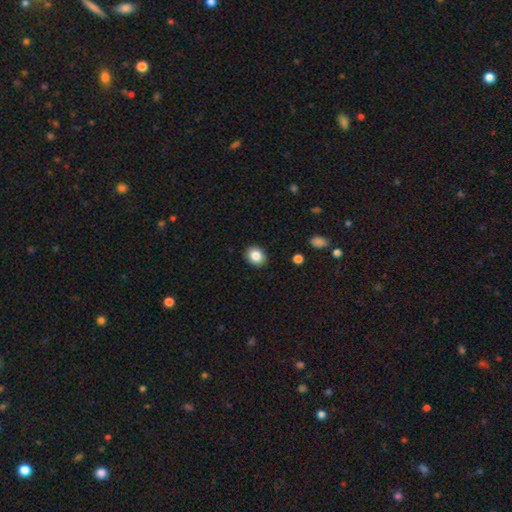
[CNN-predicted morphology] type=smooth (85%); roundness=round (51%); merging=none (89%).